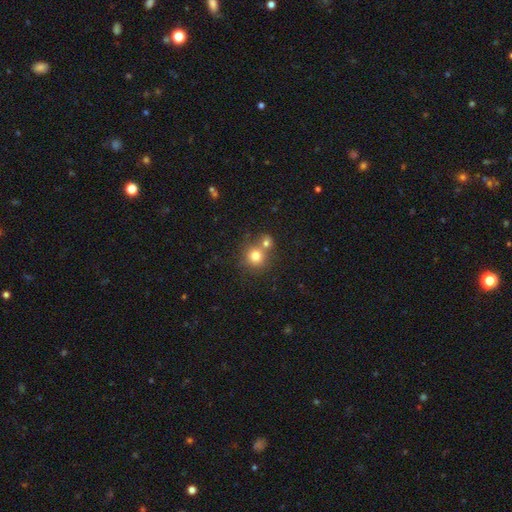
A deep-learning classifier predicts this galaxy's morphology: A smooth galaxy with no disk features (77%) that is round (89%).

Vote fractions:
- Smooth or featured? smooth: 77% / star or artifact: 12% / featured or disk: 10%
- How rounded? round: 89% / in between: 11% / cigar-shaped: 1%
- Merging? none: 51% / merger: 38% / minor disturbance: 8% / major disturbance: 3%